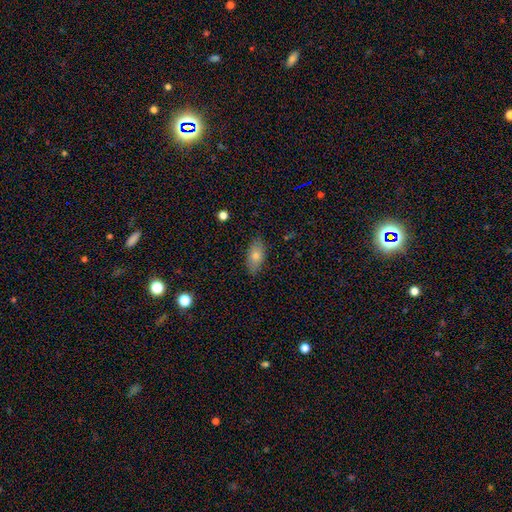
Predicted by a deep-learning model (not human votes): A smooth galaxy with no disk features (71%) that is in between round and cigar-shaped (88%).

Vote fractions:
- Smooth or featured? smooth: 71% / featured or disk: 19% / star or artifact: 10%
- How rounded? in between: 88% / cigar-shaped: 7% / round: 5%
- Merging? none: 86% / minor disturbance: 11% / major disturbance: 2% / merger: 1%